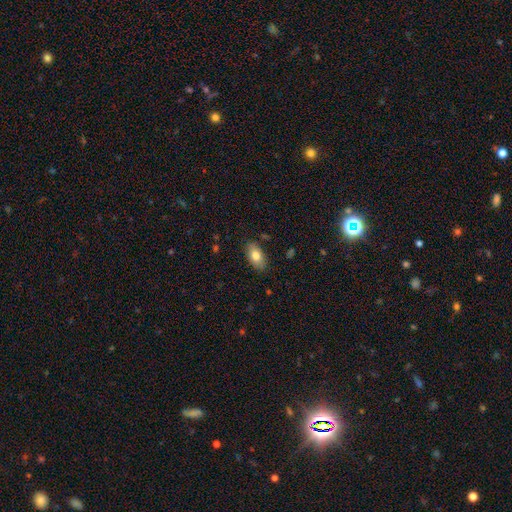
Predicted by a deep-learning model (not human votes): The model was most divided on "smooth or featured": smooth: 80%, featured or disk: 13%, star or artifact: 7%. More confident: how rounded — in between (92%); merging — none (85%).